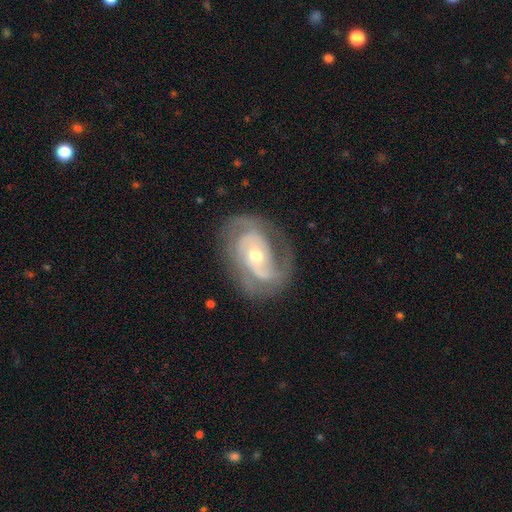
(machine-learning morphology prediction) A featured or disk galaxy (86%) with no bar (59%), 2 (59%) tight (46%) spiral arms (93%) and a moderate central bulge (53%). Merging: none (70%).